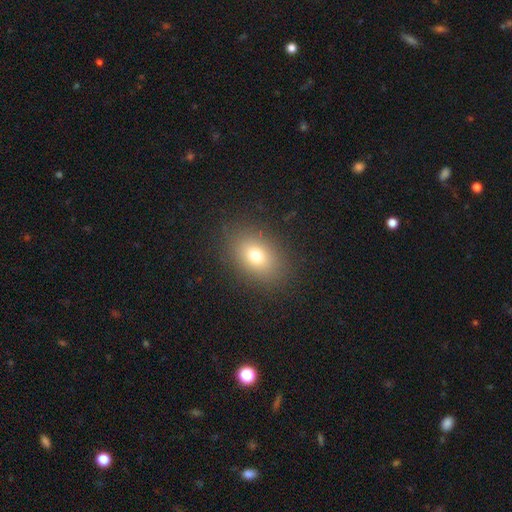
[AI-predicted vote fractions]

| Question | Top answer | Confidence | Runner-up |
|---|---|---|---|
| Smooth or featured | smooth | 74% | star or artifact (13%) |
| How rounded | in between | 74% | round (24%) |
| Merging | none | 86% | minor disturbance (9%) |